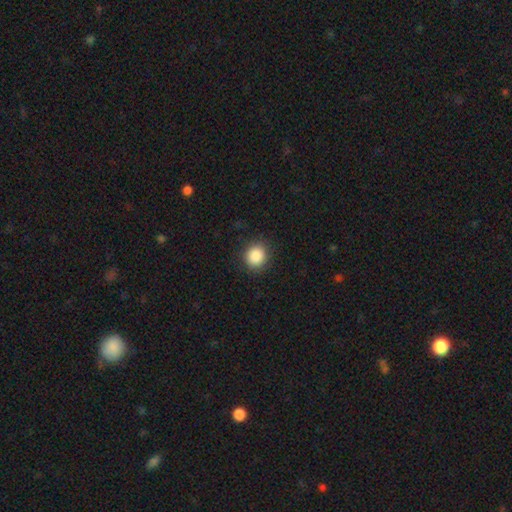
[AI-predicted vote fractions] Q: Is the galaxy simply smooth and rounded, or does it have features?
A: smooth — 88%.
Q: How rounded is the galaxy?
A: round — 86%.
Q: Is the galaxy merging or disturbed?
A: none — 88%.